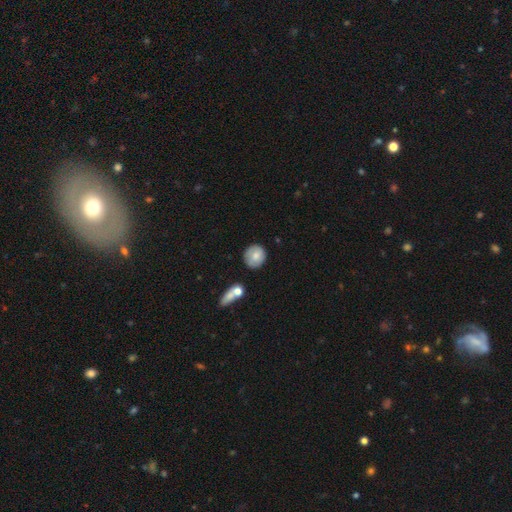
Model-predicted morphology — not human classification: A smooth galaxy with no disk features (74%) that is round (85%). Merging: none (75%).